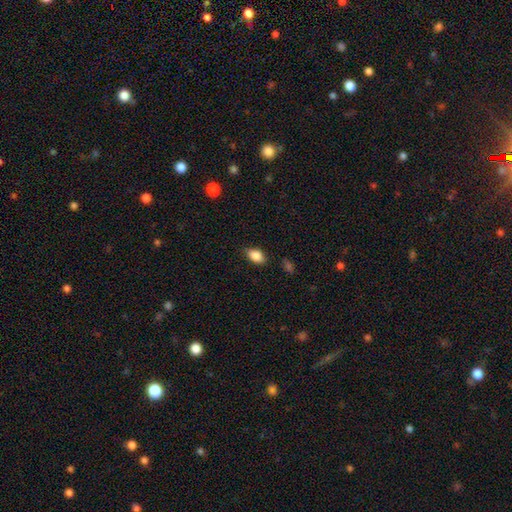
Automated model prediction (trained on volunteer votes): Smooth or featured? Predicted: smooth (p=0.87). How rounded? Predicted: in between (p=0.87). Merging? Predicted: none (p=0.77).